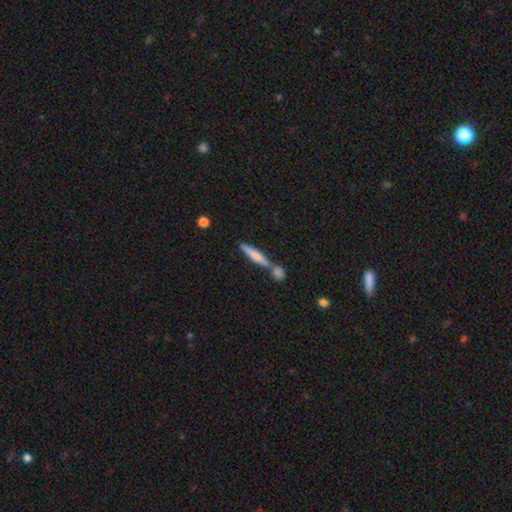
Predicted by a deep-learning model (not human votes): Overall: smooth (60%; featured or disk 34%). How rounded: cigar-shaped (88%). Merging: none (57%; merger 29%).